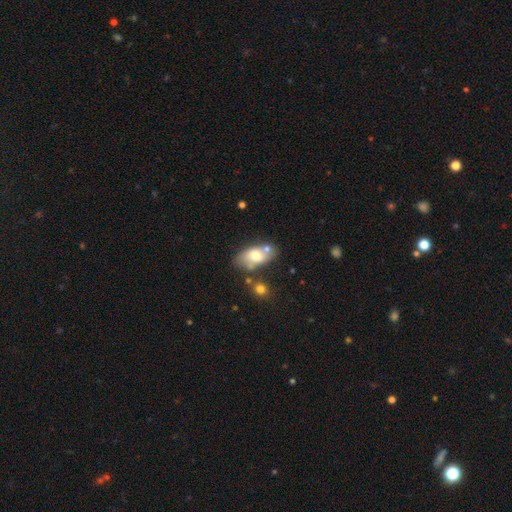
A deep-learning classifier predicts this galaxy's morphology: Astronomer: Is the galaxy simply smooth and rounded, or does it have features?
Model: smooth — 64%.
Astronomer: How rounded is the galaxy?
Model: in between — 89%.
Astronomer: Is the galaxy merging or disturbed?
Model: none — 52%.